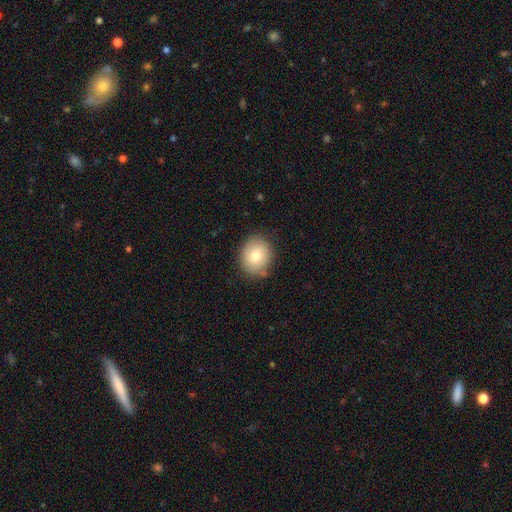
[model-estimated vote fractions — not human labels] This is likely a smooth galaxy (79%). How rounded: likely round (72%). Merging: clearly none (80%).